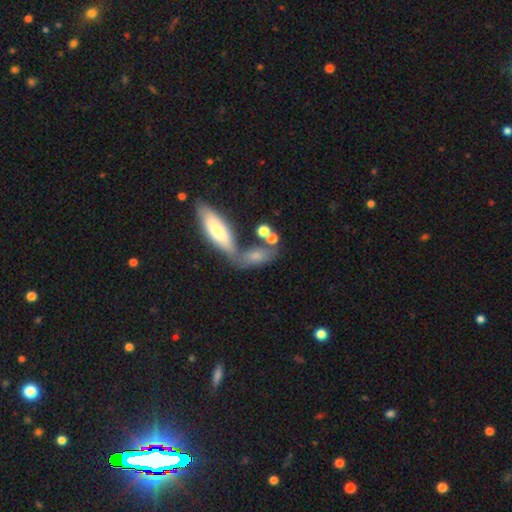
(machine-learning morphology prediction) smooth 67%, featured or disk 23%, star or artifact 10%. Down the decision tree: how rounded — in between (66%); merging — none (39%).